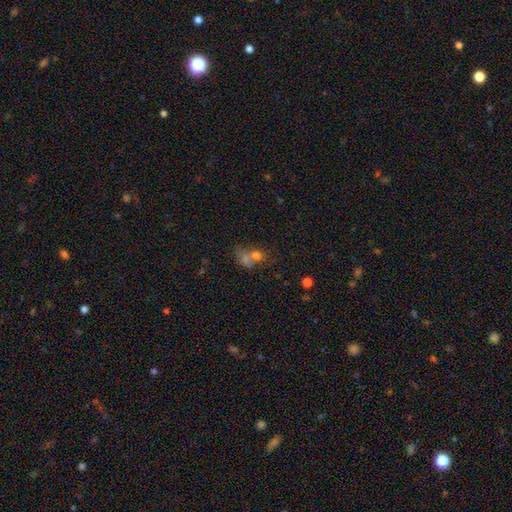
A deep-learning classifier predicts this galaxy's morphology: smooth 67%, featured or disk 17%, star or artifact 16%. Down the decision tree: how rounded — round (51%); merging — merger (62%).